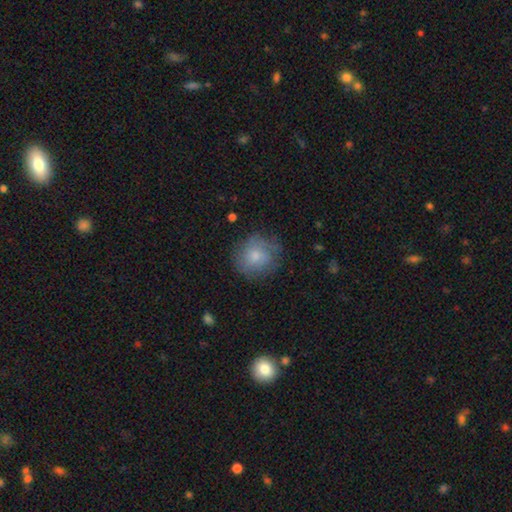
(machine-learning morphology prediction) smooth_or_featured: smooth (p=0.69) [alt: featured or disk p=0.22]
how_rounded: round (p=0.86) [alt: in between p=0.13]
merging: none (p=0.68) [alt: minor disturbance p=0.21]